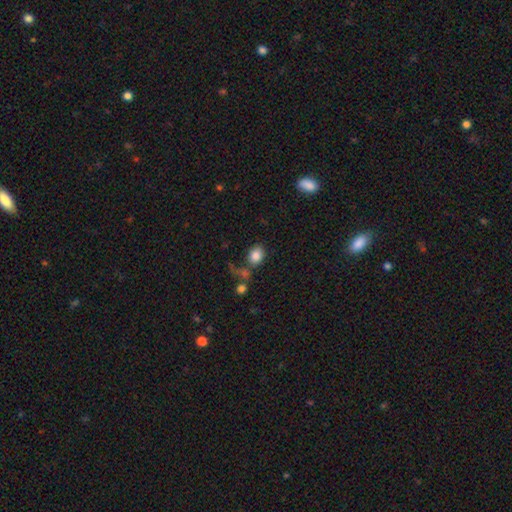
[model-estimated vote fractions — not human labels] This is clearly a smooth galaxy (84%). How rounded: possibly in between (50%). Merging: possibly none (57%).